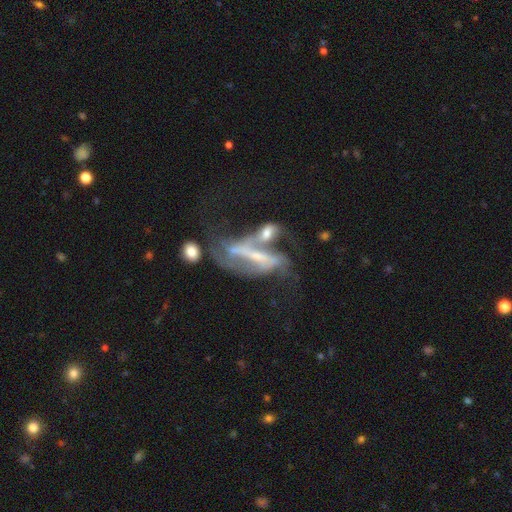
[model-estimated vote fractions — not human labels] A featured or disk galaxy (74%) with a strong bar (48%), spiral arms (66%) and a small central bulge (45%). Merging: merger (45%).